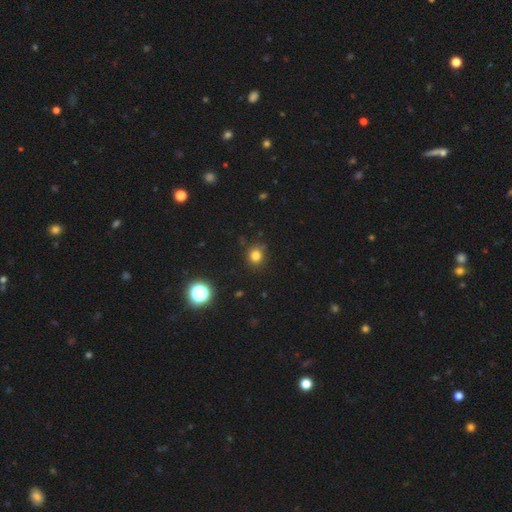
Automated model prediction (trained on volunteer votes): smooth 79%, star or artifact 15%, featured or disk 6%. Down the decision tree: how rounded — round (82%); merging — none (82%).